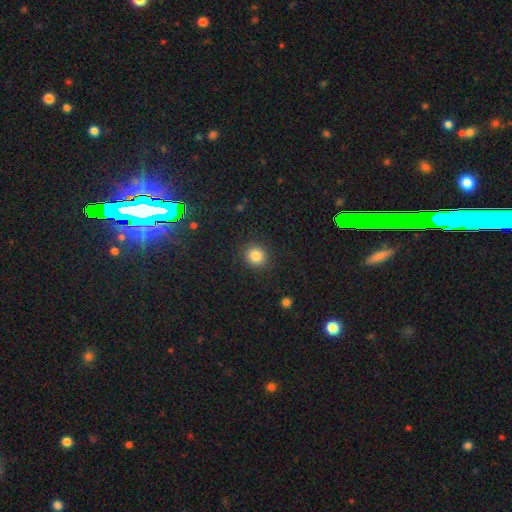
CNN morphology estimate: Smooth or featured? smooth (83%)
How rounded? round (85%)
Merging? none (89%)